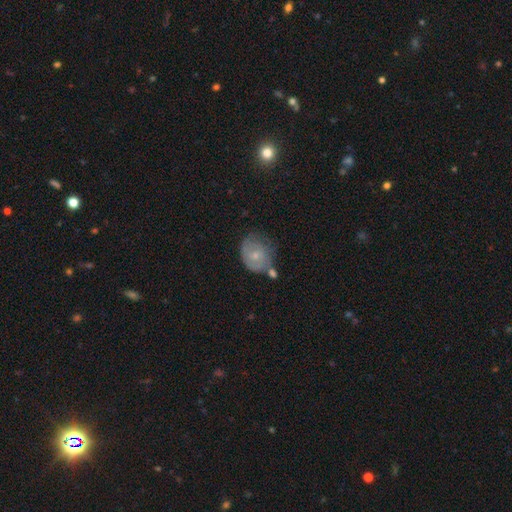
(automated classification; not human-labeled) This is possibly a featured or disk galaxy (50%). It is clearly not viewed edge-on (97%). Merging: marginally none (43%).